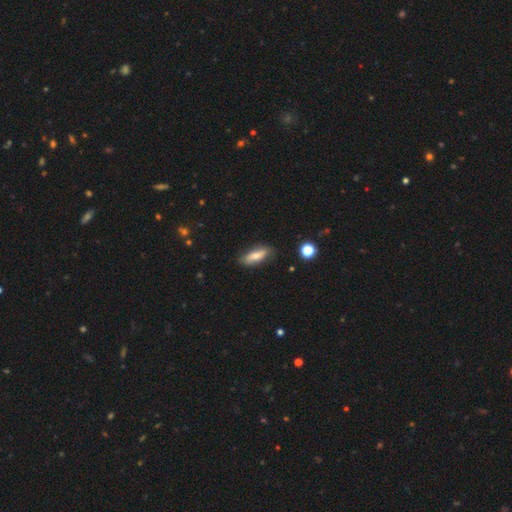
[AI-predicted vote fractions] A smooth galaxy with no disk features (67%) that is in between round and cigar-shaped (62%). Merging: none (80%).